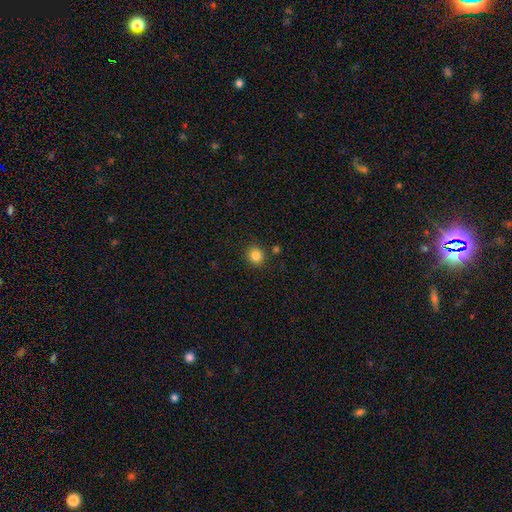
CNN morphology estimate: Smooth or featured: smooth — 84% (star or artifact — 11%)
How rounded: round — 84% (in between — 15%)
Merging: none — 87% (minor disturbance — 7%)